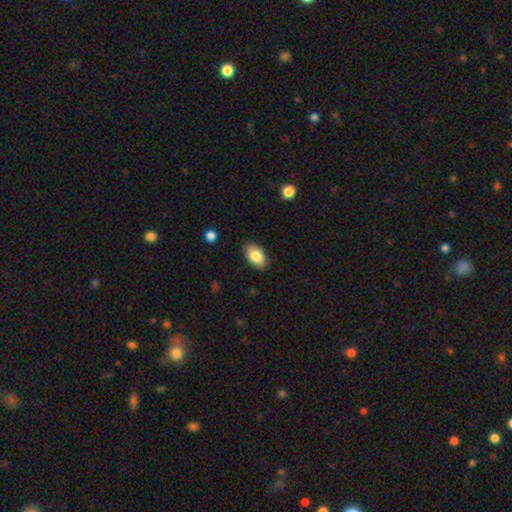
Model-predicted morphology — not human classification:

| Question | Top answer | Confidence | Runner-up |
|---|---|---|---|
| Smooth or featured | smooth | 85% | featured or disk (8%) |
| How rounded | in between | 92% | round (6%) |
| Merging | none | 87% | minor disturbance (10%) |